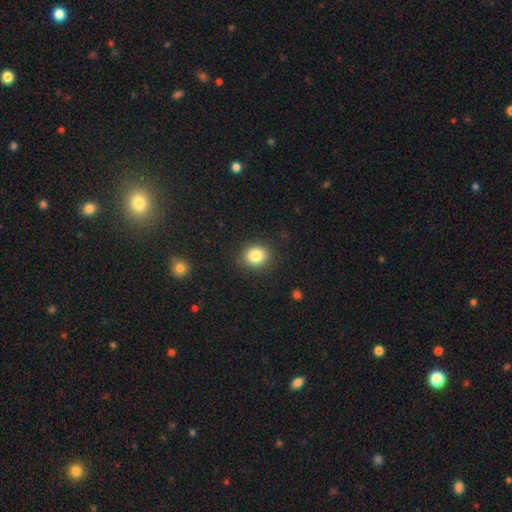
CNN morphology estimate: Smooth or featured?
  - smooth: 84% *
  - star or artifact: 10%
  - featured or disk: 6%
How rounded?
  - round: 73% *
  - in between: 26%
  - cigar-shaped: 1%
Merging?
  - none: 88% *
  - minor disturbance: 9%
  - major disturbance: 3%
  - merger: 1%